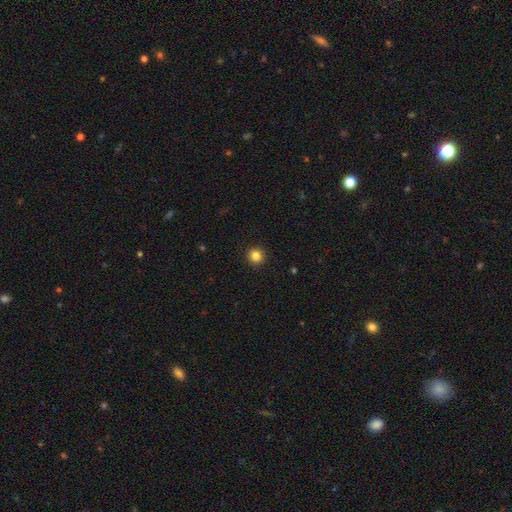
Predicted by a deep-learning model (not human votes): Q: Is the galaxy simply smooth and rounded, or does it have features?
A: smooth — 84%.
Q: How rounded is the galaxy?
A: round — 94%.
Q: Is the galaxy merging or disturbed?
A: none — 93%.